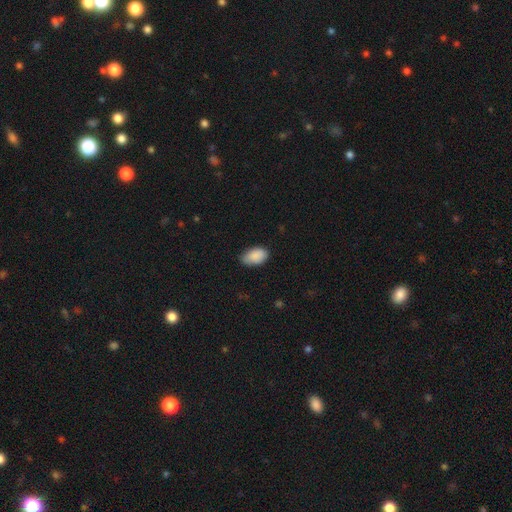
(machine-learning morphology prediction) smooth 88%, star or artifact 7%, featured or disk 5%. Down the decision tree: how rounded — in between (93%); merging — none (70%).